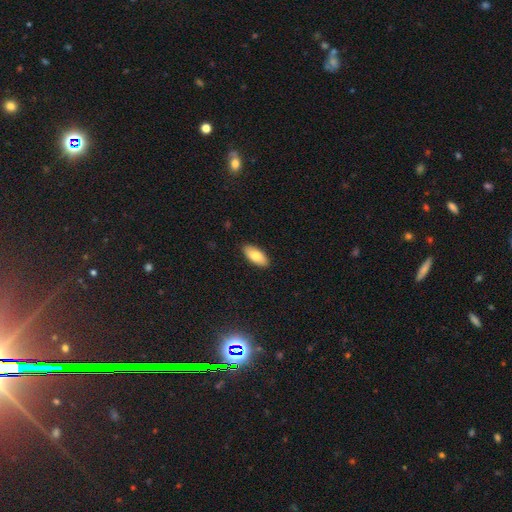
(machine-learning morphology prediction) smooth_or_featured: smooth (p=0.78) [alt: featured or disk p=0.15]
how_rounded: in between (p=0.88) [alt: cigar-shaped p=0.10]
merging: none (p=0.89) [alt: minor disturbance p=0.08]